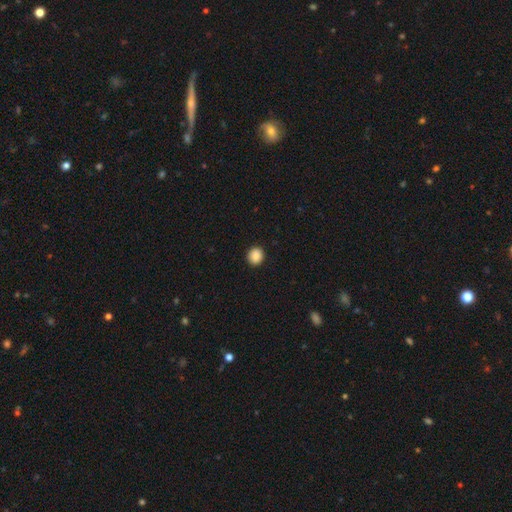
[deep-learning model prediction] Q: Smooth or featured?
A: smooth (88%); runner-up: star or artifact (9%)
Q: How rounded?
A: round (87%); runner-up: in between (12%)
Q: Merging?
A: none (92%); runner-up: minor disturbance (5%)